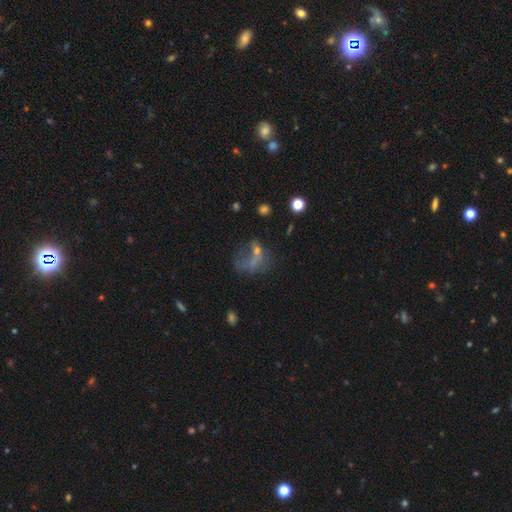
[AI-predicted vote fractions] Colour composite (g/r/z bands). It shows a smooth galaxy with no disk features (41%). Merging: major disturbance (43%).